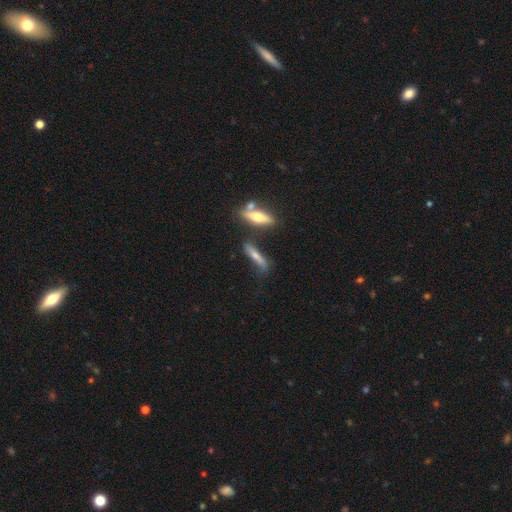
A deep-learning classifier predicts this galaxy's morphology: Smooth or featured: smooth — 50% (featured or disk — 42%)
Merging: none — 51% (minor disturbance — 21%)